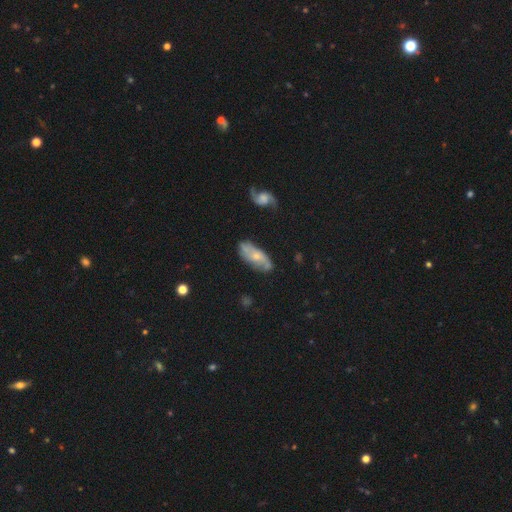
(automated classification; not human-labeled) smooth_or_featured: featured or disk (p=0.54) [alt: smooth p=0.39]
disk_edge_on: no (p=0.85) [alt: yes p=0.15]
merging: none (p=0.64) [alt: minor disturbance p=0.25]